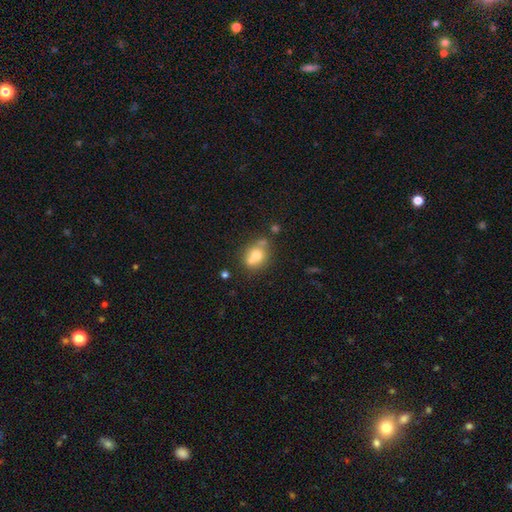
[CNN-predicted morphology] smooth-or-featured: smooth: 67% | featured or disk: 22% | star or artifact: 11%
  how-rounded: round: 55% | in between: 44% | cigar-shaped: 2%
  merging: none: 48% | merger: 31% | minor disturbance: 16% | major disturbance: 5%